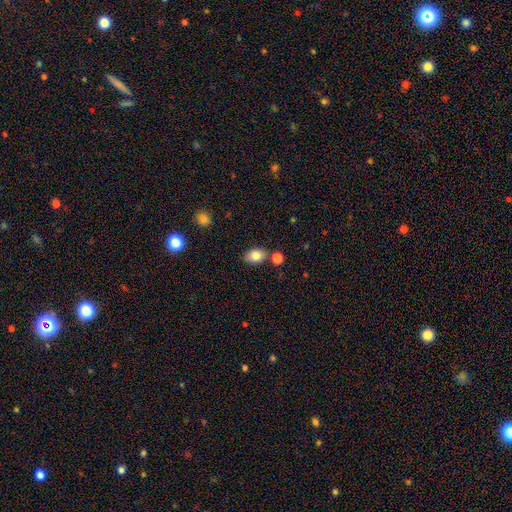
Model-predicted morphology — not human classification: This appears to be a smooth galaxy with no disk features (82%) that is in between round and cigar-shaped (80%). Merging: none (76%).